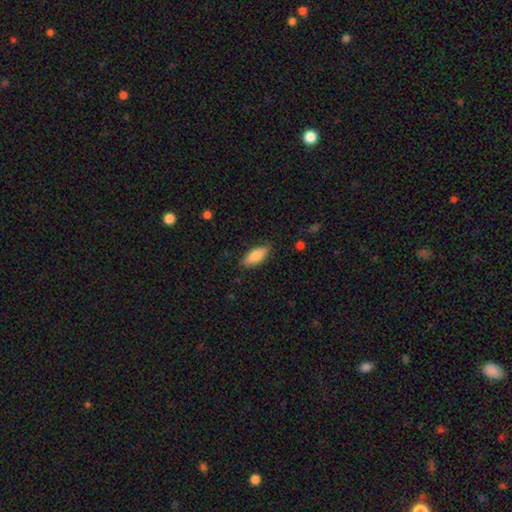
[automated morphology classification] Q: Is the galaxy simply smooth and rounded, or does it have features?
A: smooth — 82%.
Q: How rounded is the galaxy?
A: in between — 74%.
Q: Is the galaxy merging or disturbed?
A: none — 85%.